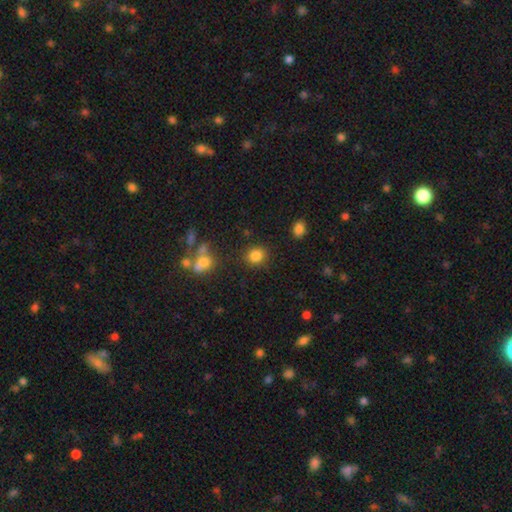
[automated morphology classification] A smooth galaxy with no disk features (83%) that is round (76%). Merging: none (83%).